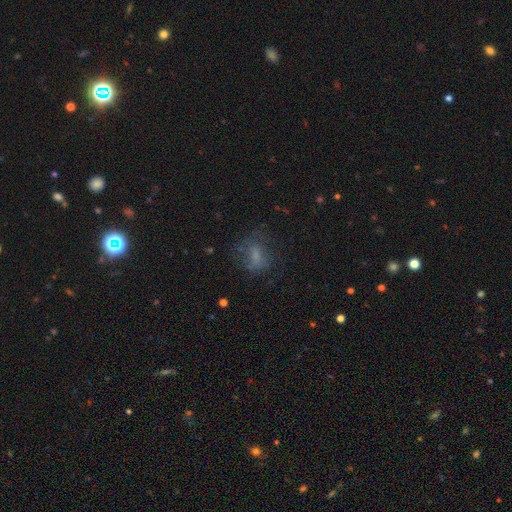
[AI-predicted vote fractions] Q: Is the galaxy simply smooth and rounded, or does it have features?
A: smooth — 58%.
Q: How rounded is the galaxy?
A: in between — 64%.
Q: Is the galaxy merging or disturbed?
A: none — 55%.